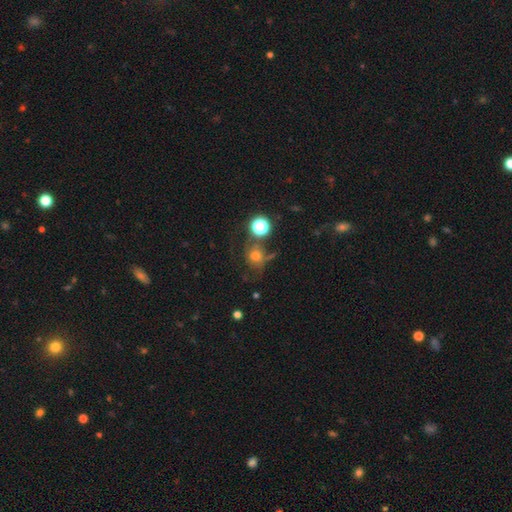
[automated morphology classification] Smooth or featured? smooth (58%)
How rounded? round (73%)
Merging? none (47%)